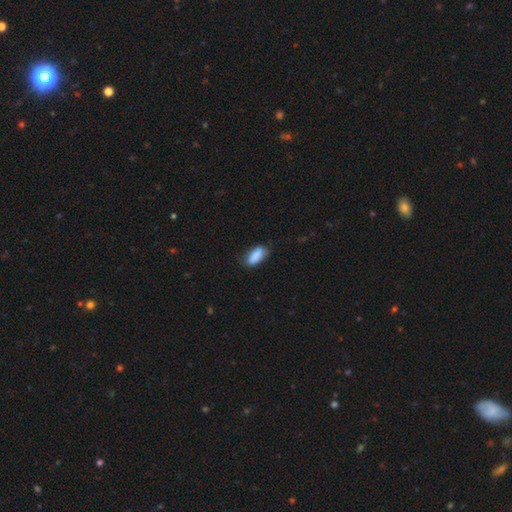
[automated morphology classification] Smooth or featured?
  - smooth: 86% *
  - featured or disk: 7%
  - star or artifact: 7%
How rounded?
  - in between: 84% *
  - cigar-shaped: 14%
  - round: 3%
Merging?
  - none: 72% *
  - minor disturbance: 22%
  - major disturbance: 4%
  - merger: 2%